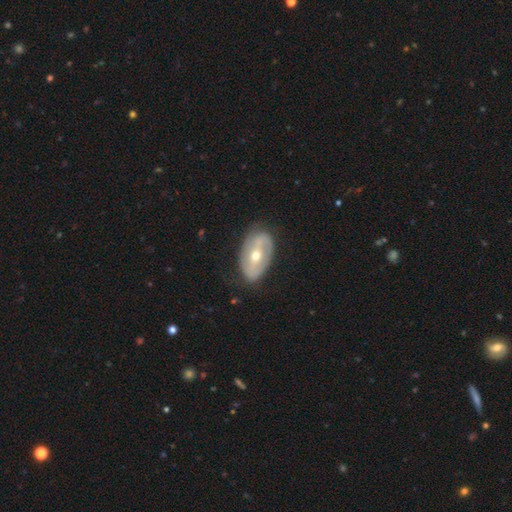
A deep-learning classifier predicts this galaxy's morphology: The model was most divided on "bar": no: 35%, weak: 34%, strong: 31%. More confident: edge-on disk — no (91%); merging — none (74%); smooth or featured — featured or disk (67%); spiral arms — yes (59%); bulge size — moderate (57%).